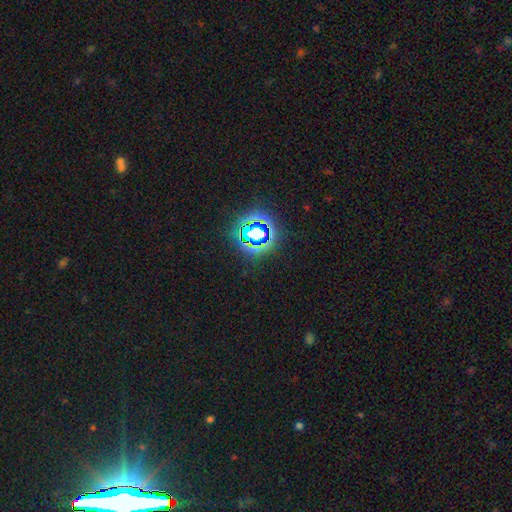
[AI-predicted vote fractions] Smooth or featured? Predicted: star or artifact (p=0.76).